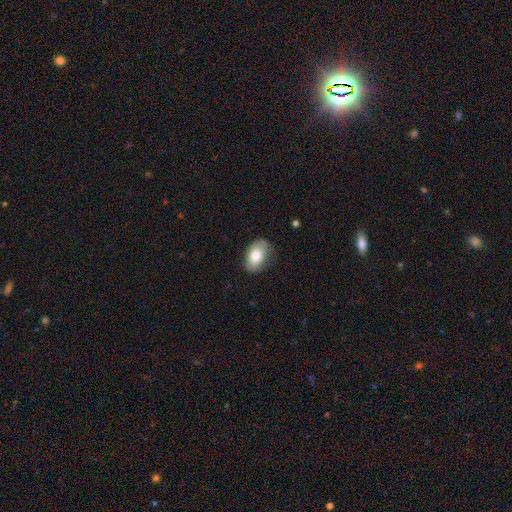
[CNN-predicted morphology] Smooth or featured: smooth — 79% (featured or disk — 15%)
How rounded: in between — 91% (round — 7%)
Merging: none — 79% (minor disturbance — 16%)